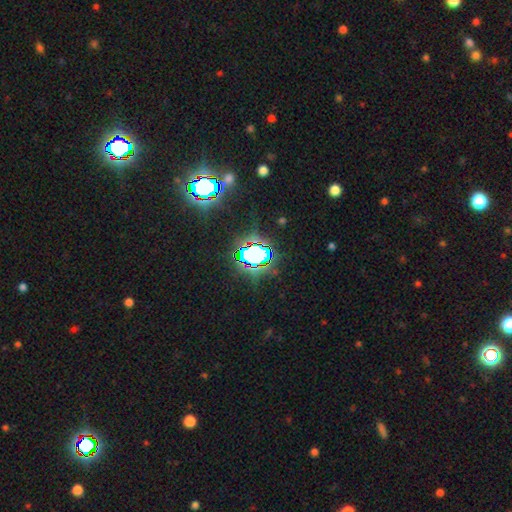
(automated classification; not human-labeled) A star or artifact, not a galaxy (71%).